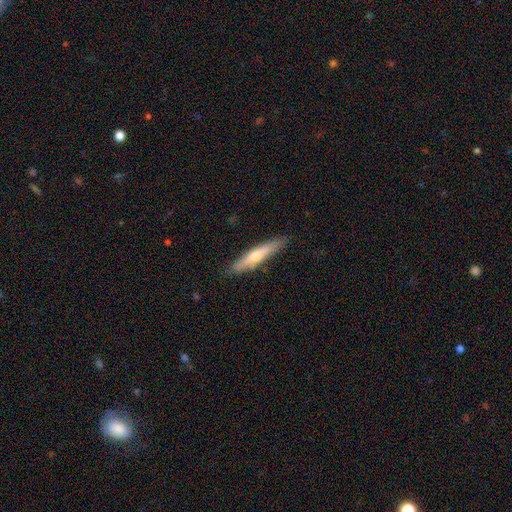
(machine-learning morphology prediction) This is possibly a featured or disk galaxy (49%). Merging: clearly none (87%).